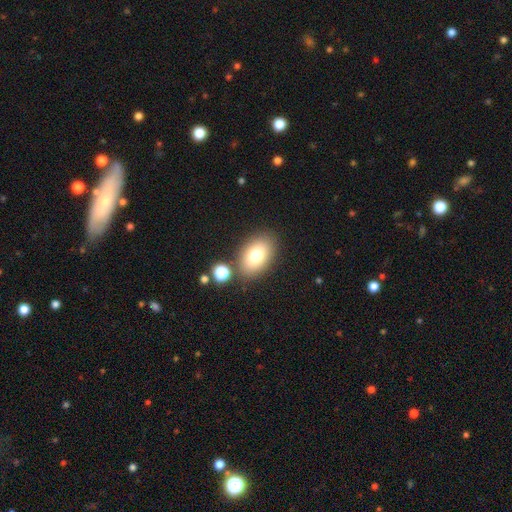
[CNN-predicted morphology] The model was most divided on "smooth or featured": smooth: 77%, featured or disk: 13%, star or artifact: 10%. More confident: how rounded — in between (87%); merging — none (80%).